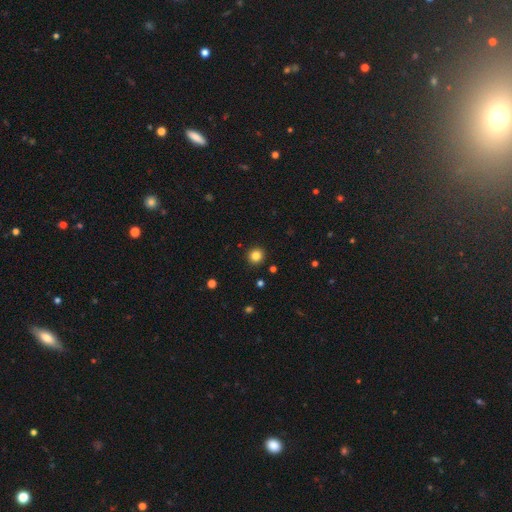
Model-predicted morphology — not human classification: Q: Smooth or featured?
A: smooth (84%); runner-up: star or artifact (12%)
Q: How rounded?
A: round (93%); runner-up: in between (6%)
Q: Merging?
A: none (92%); runner-up: minor disturbance (5%)